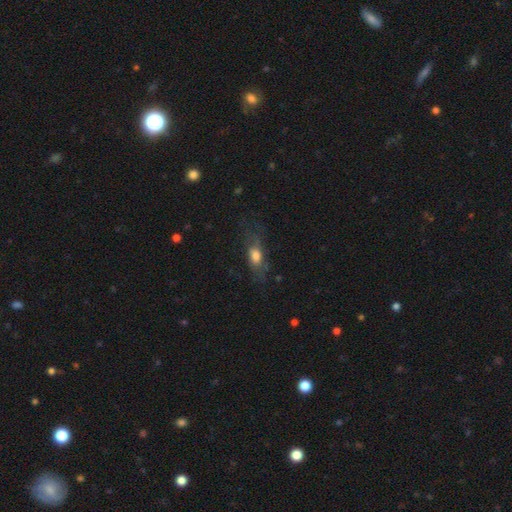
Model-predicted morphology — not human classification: This appears to be a smooth galaxy with no disk features (57%) that is in between round and cigar-shaped (70%). Merging: none (52%).